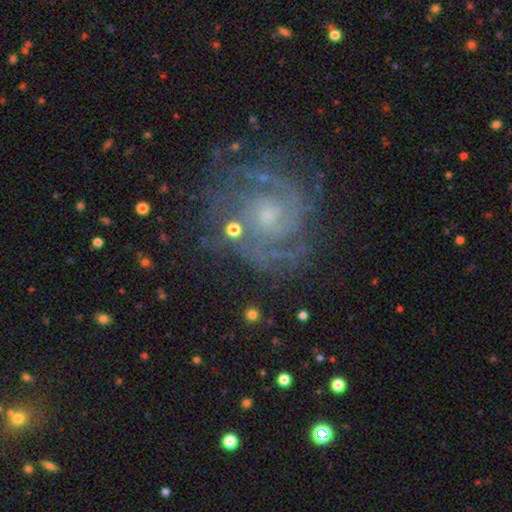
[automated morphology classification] smooth_or_featured: featured or disk (p=0.84) [alt: star or artifact p=0.09]
disk_edge_on: no (p=0.98) [alt: yes p=0.02]
bar: no (p=0.67) [alt: weak p=0.27]
has_spiral_arms: yes (p=0.96) [alt: no p=0.04]
spiral_winding: tight (p=0.62) [alt: medium p=0.32]
spiral_arm_count: 2 (p=0.44) [alt: 3 p=0.19]
bulge_size: small (p=0.59) [alt: moderate p=0.32]
merging: none (p=0.76) [alt: minor disturbance p=0.14]